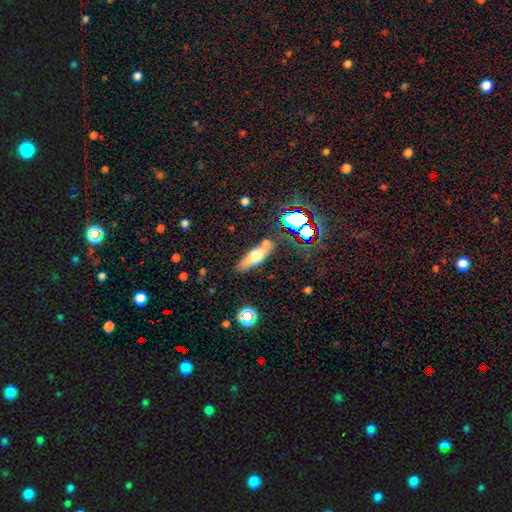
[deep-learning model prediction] smooth_or_featured: smooth (p=0.51) [alt: featured or disk p=0.39]
how_rounded: cigar-shaped (p=0.49) [alt: in between p=0.47]
merging: none (p=0.65) [alt: minor disturbance p=0.17]